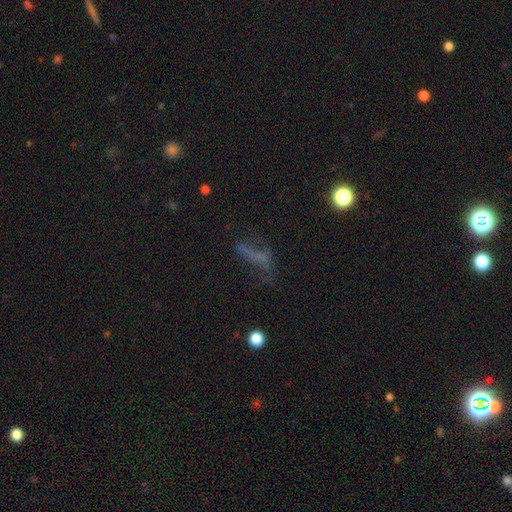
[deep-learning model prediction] smooth_or_featured: smooth (p=0.38) [alt: featured or disk p=0.33]
merging: none (p=0.44) [alt: major disturbance p=0.31]